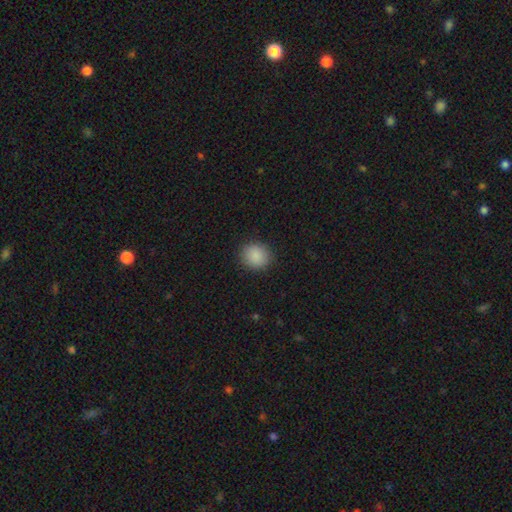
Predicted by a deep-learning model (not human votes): Morphology: type=smooth (88%); roundness=round (83%); merging=none (90%).